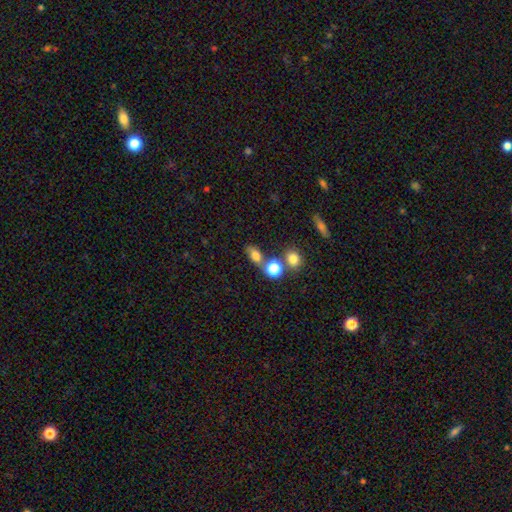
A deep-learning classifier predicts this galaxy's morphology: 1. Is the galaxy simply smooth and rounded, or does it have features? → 71% smooth, 16% star or artifact, 13% featured or disk.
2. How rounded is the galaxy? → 67% in between, 29% round, 4% cigar-shaped.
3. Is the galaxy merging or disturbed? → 60% none, 20% merger, 14% minor disturbance, 6% major disturbance.